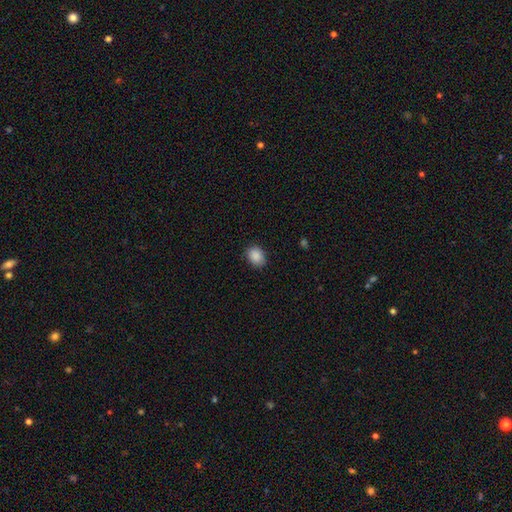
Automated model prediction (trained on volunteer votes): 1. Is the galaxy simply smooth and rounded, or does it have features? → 89% smooth, 8% star or artifact, 3% featured or disk.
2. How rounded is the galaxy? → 55% in between, 44% round, 1% cigar-shaped.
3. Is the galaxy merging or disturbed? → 85% none, 12% minor disturbance, 3% major disturbance, 1% merger.